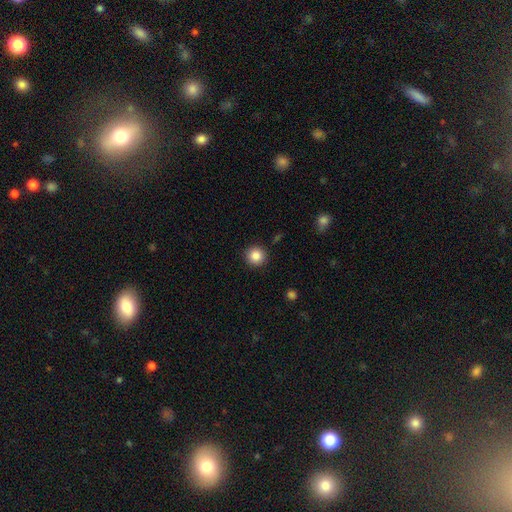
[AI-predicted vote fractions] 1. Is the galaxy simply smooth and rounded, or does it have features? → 85% smooth, 10% star or artifact, 5% featured or disk.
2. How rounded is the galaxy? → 95% round, 4% in between, 1% cigar-shaped.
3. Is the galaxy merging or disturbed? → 91% none, 5% minor disturbance, 2% major disturbance, 1% merger.